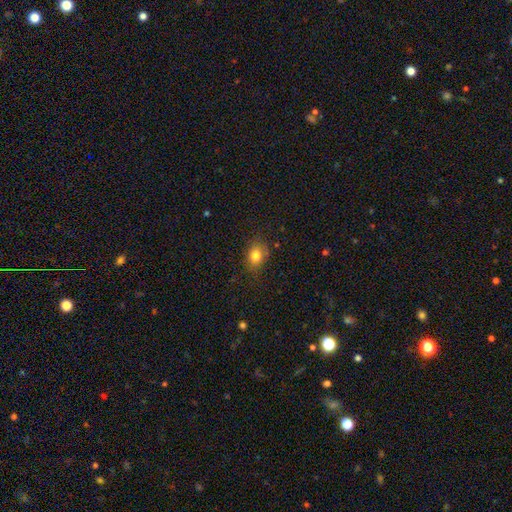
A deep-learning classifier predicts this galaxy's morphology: smooth_or_featured: smooth (p=0.81) [alt: star or artifact p=0.11]
how_rounded: in between (p=0.56) [alt: round p=0.43]
merging: none (p=0.77) [alt: minor disturbance p=0.17]